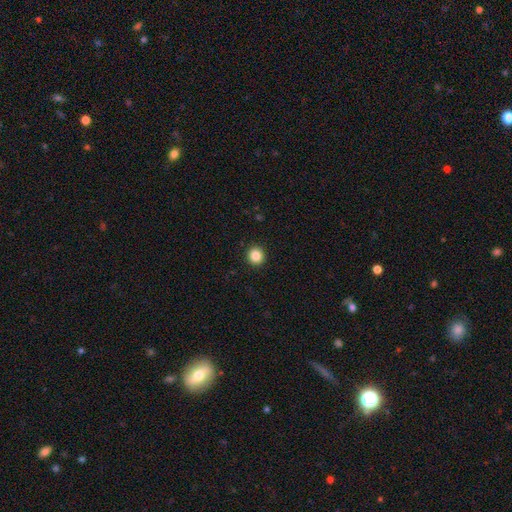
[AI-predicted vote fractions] smooth 86%, star or artifact 10%, featured or disk 4%. Down the decision tree: how rounded — round (94%); merging — none (93%).